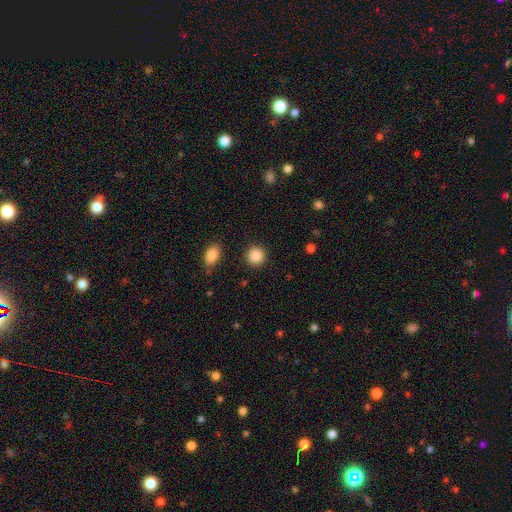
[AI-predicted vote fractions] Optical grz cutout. It shows a smooth galaxy with no disk features (89%) that is round (91%). Merging: none (90%).